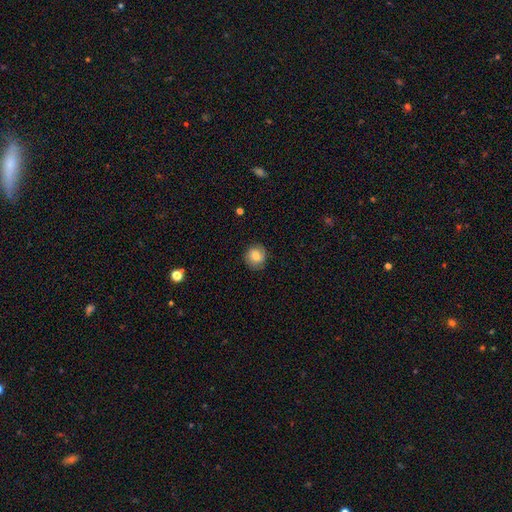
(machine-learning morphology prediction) Smooth or featured?
  - smooth: 67% *
  - featured or disk: 24%
  - star or artifact: 9%
How rounded?
  - round: 85% *
  - in between: 14%
  - cigar-shaped: 1%
Merging?
  - none: 82% *
  - minor disturbance: 13%
  - major disturbance: 4%
  - merger: 1%